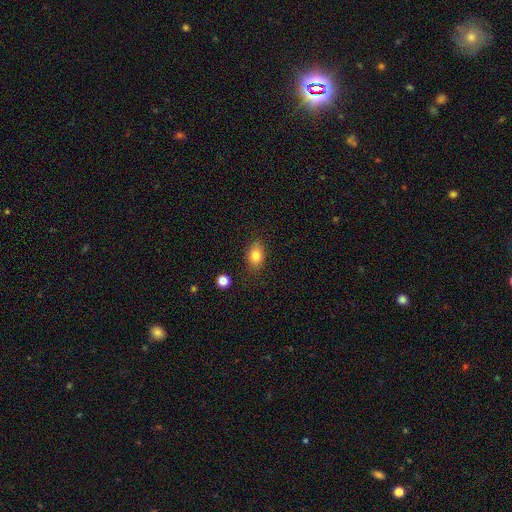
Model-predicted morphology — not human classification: A smooth galaxy with no disk features (82%) that is in between round and cigar-shaped (75%). Merging: none (81%).